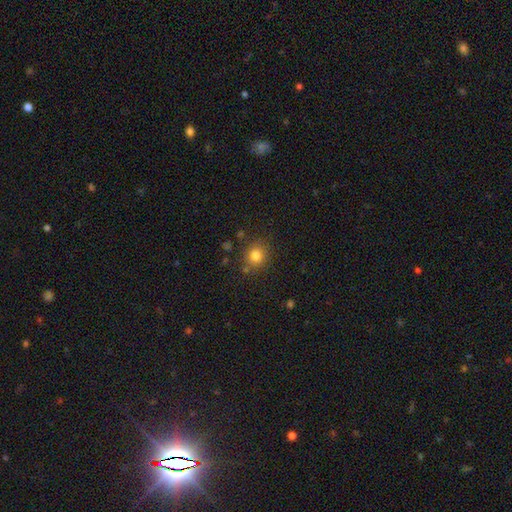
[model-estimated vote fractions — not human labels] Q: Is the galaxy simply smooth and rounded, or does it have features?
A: smooth — 80%.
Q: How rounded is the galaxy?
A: round — 81%.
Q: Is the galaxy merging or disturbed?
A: none — 82%.